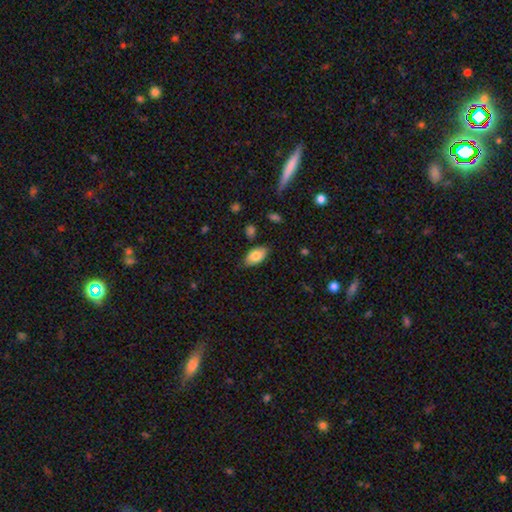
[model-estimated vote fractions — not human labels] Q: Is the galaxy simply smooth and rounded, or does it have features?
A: smooth — 82%.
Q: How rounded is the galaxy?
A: in between — 94%.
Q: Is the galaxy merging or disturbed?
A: none — 81%.